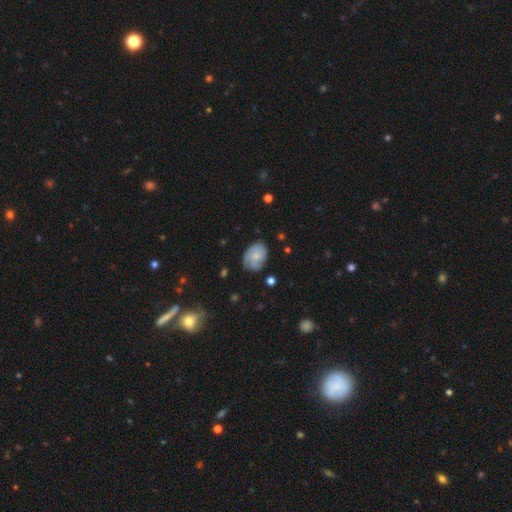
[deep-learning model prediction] Smooth or featured?
  - smooth: 53% *
  - featured or disk: 39%
  - star or artifact: 8%
How rounded?
  - in between: 68% *
  - round: 31%
  - cigar-shaped: 1%
Merging?
  - none: 64% *
  - minor disturbance: 26%
  - major disturbance: 8%
  - merger: 2%